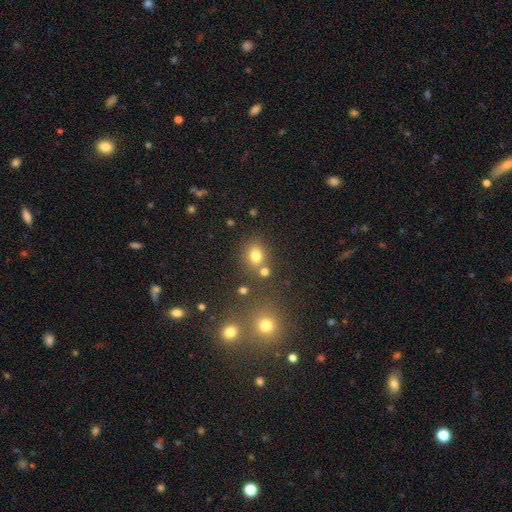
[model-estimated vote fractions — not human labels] smooth-or-featured: smooth: 76% | star or artifact: 17% | featured or disk: 7%
  how-rounded: round: 65% | in between: 34% | cigar-shaped: 1%
  merging: none: 69% | merger: 16% | minor disturbance: 11% | major disturbance: 5%